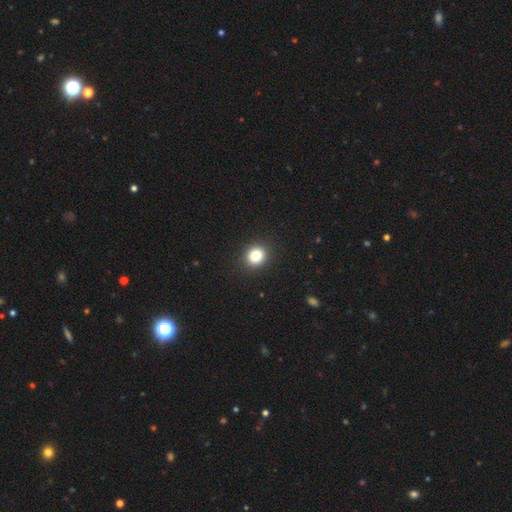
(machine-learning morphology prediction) The model was most divided on "how rounded": round: 77%, in between: 22%, cigar-shaped: 1%. More confident: merging — none (91%); smooth or featured — smooth (83%).